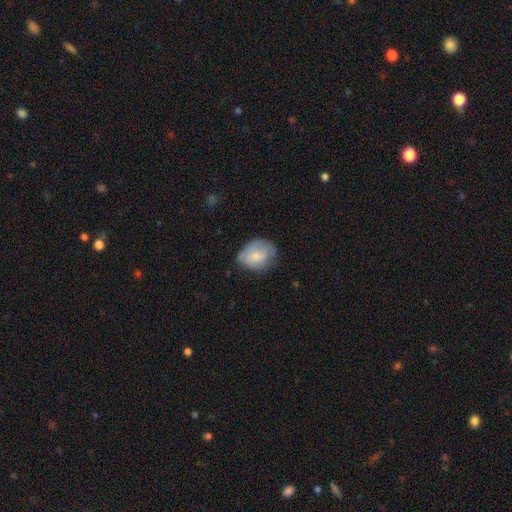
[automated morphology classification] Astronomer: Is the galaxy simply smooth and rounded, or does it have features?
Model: smooth — 70%.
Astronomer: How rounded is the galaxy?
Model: in between — 56% (runner-up: round, 43%).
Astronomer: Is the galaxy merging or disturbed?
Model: none — 58%.